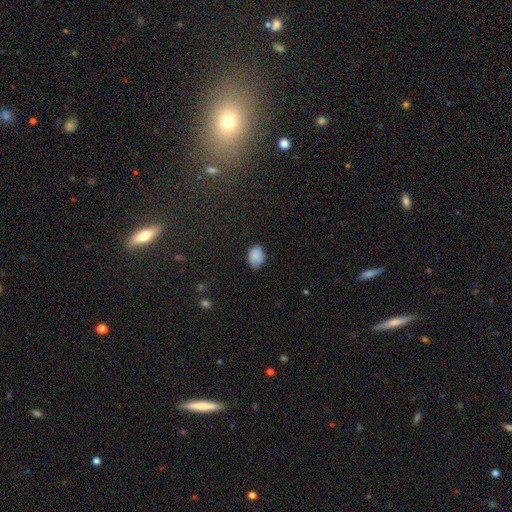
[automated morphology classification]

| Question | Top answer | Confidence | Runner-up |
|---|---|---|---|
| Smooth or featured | smooth | 82% | star or artifact (10%) |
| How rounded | in between | 72% | round (27%) |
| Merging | none | 69% | minor disturbance (25%) |